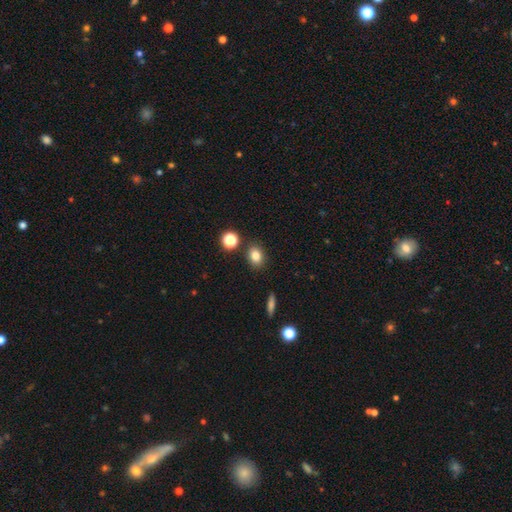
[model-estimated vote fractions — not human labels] smooth_or_featured: smooth (p=0.81) [alt: star or artifact p=0.12]
how_rounded: in between (p=0.58) [alt: round p=0.41]
merging: none (p=0.84) [alt: minor disturbance p=0.09]